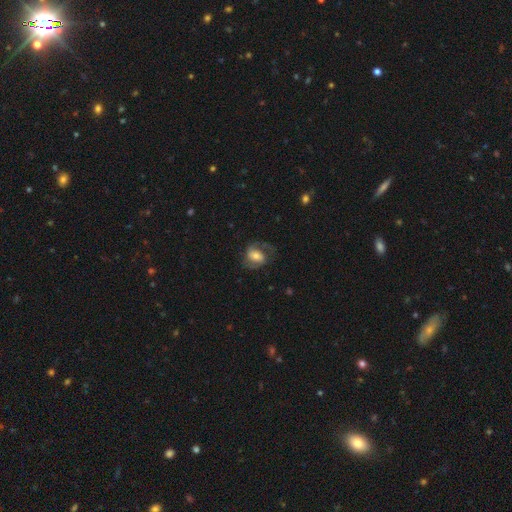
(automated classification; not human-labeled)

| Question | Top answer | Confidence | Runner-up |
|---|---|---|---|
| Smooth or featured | featured or disk | 57% | smooth (36%) |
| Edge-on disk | no | 96% | yes (4%) |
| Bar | weak | 39% | no (37%) |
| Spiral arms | yes | 84% | no (16%) |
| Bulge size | moderate | 46% | small (25%) |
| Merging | none | 60% | major disturbance (19%) |